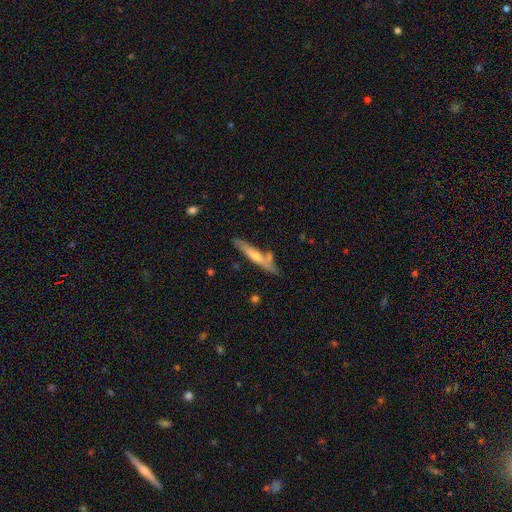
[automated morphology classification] A featured or disk galaxy (48%).

Vote fractions:
- Smooth or featured? featured or disk: 48% / smooth: 45% / star or artifact: 6%
- Merging? none: 69% / minor disturbance: 16% / merger: 11% / major disturbance: 4%